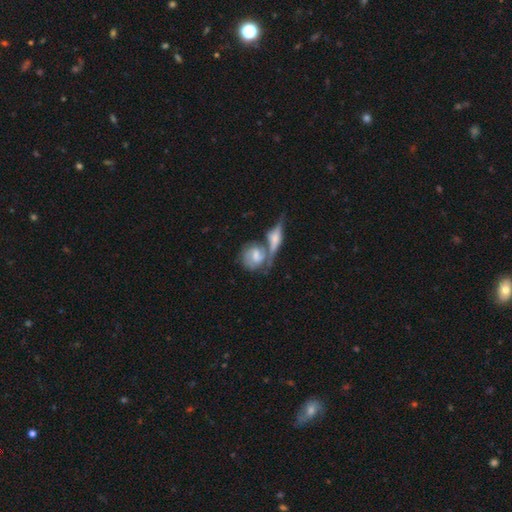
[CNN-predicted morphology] Smooth or featured? Predicted: featured or disk (p=0.63). Edge-on disk? Predicted: no (p=0.83). Bar? Predicted: weak (p=0.45). Spiral arms? Predicted: yes (p=0.77). Bulge size? Predicted: moderate (p=0.46). Merging? Predicted: merger (p=0.47).